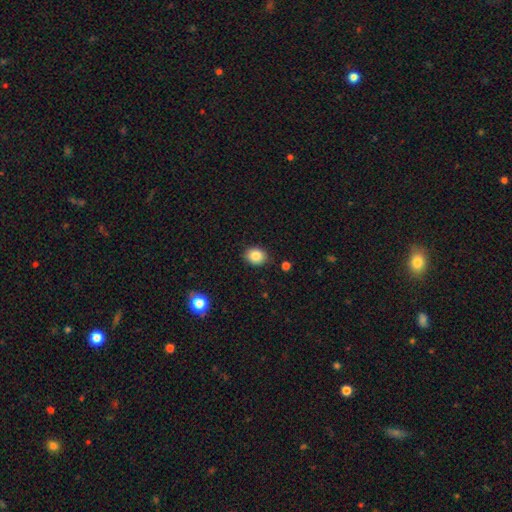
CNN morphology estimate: Smooth or featured?
  - smooth: 85% *
  - star or artifact: 9%
  - featured or disk: 5%
How rounded?
  - round: 56% *
  - in between: 43%
  - cigar-shaped: 1%
Merging?
  - none: 87% *
  - minor disturbance: 9%
  - major disturbance: 2%
  - merger: 2%